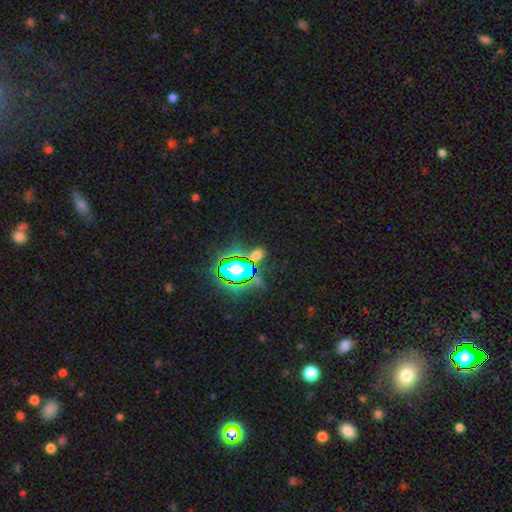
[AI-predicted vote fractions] This is possibly a star or artifact rather than a galaxy (54%).